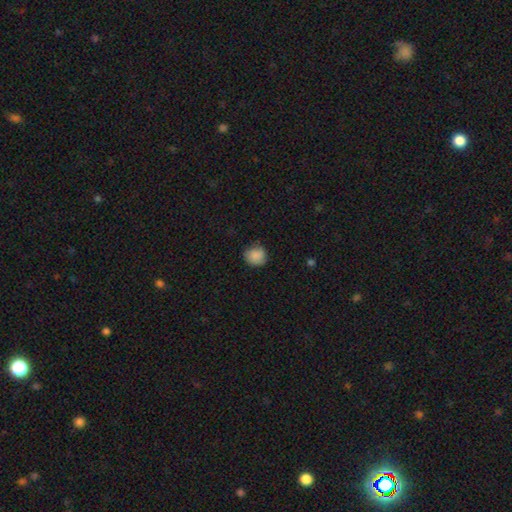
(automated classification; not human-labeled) A smooth galaxy with no disk features (87%) that is round (83%).

Vote fractions:
- Smooth or featured? smooth: 87% / star or artifact: 8% / featured or disk: 5%
- How rounded? round: 83% / in between: 16% / cigar-shaped: 1%
- Merging? none: 77% / minor disturbance: 18% / major disturbance: 4% / merger: 1%